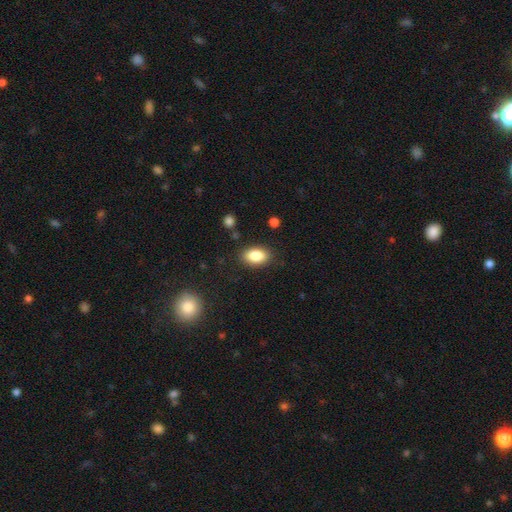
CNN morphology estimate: smooth_or_featured: smooth (p=0.85) [alt: star or artifact p=0.08]
how_rounded: in between (p=0.89) [alt: round p=0.09]
merging: none (p=0.85) [alt: minor disturbance p=0.10]